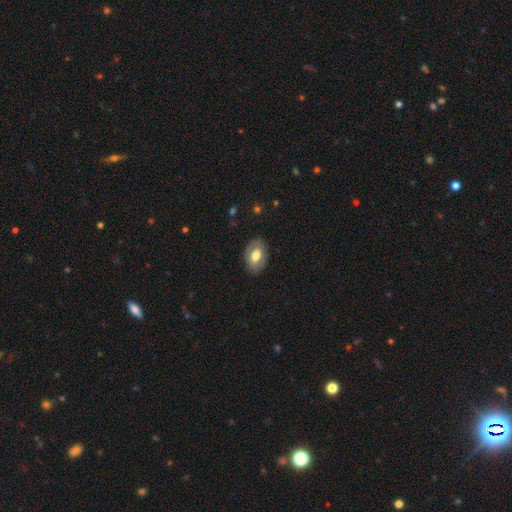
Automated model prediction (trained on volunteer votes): smooth_or_featured: smooth (p=0.62) [alt: featured or disk p=0.32]
how_rounded: in between (p=0.87) [alt: round p=0.12]
merging: none (p=0.83) [alt: minor disturbance p=0.12]